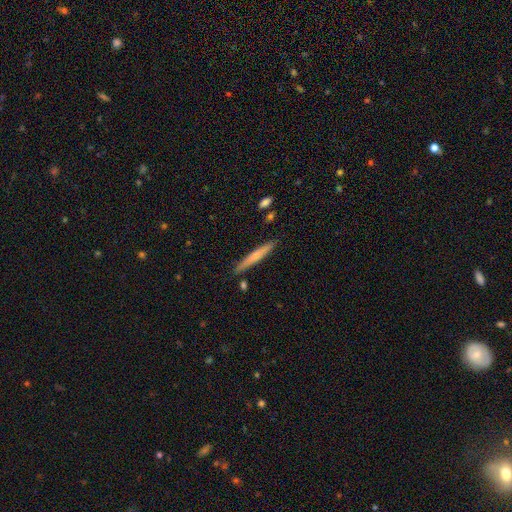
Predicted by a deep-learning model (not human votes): This is possibly a smooth galaxy (59%). How rounded: clearly cigar-shaped (95%). Merging: clearly none (87%).